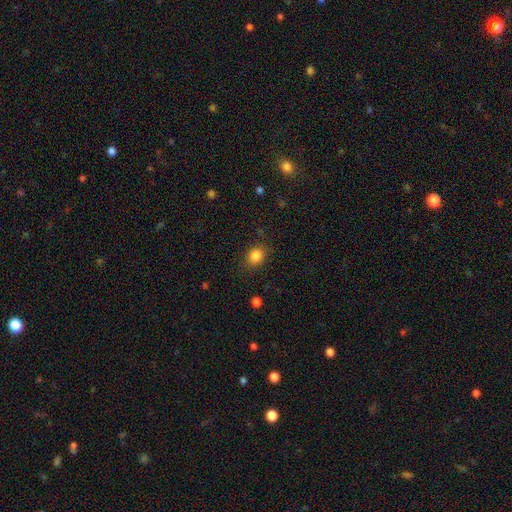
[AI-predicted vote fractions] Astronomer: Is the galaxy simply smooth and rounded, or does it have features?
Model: smooth — 85%.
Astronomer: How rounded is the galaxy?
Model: round — 56% (runner-up: in between, 43%).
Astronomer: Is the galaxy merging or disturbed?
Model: none — 83%.